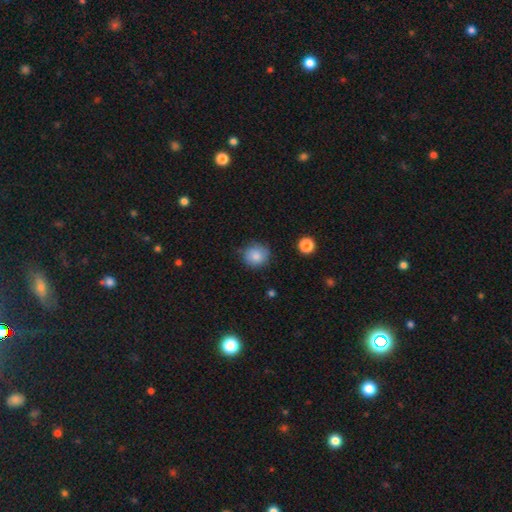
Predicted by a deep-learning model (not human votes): Q: Smooth or featured?
A: smooth (84%); runner-up: star or artifact (9%)
Q: How rounded?
A: round (87%); runner-up: in between (12%)
Q: Merging?
A: none (78%); runner-up: minor disturbance (17%)